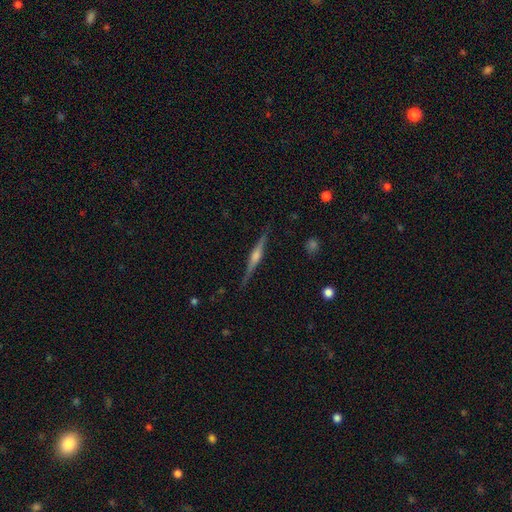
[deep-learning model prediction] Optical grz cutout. It shows a featured or disk galaxy (81%) viewed edge-on (98%) with a rounded central bulge (79%). Merging: none (88%).